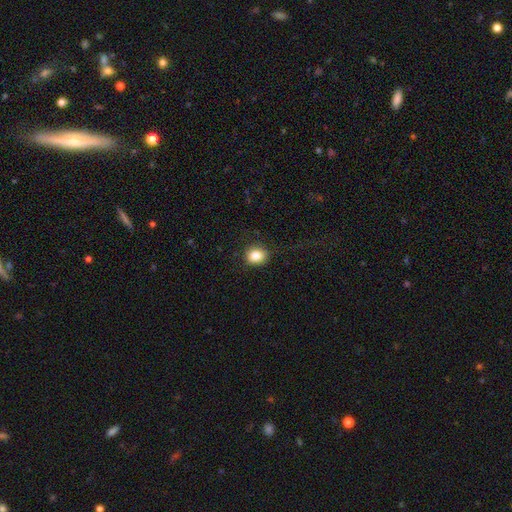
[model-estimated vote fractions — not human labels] This is clearly a smooth galaxy (84%). How rounded: likely round (70%). Merging: clearly none (85%).